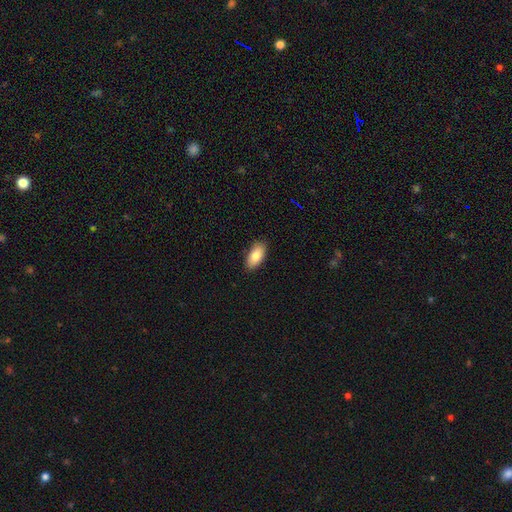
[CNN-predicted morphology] Q: Smooth or featured?
A: smooth (83%); runner-up: featured or disk (10%)
Q: How rounded?
A: in between (92%); runner-up: cigar-shaped (6%)
Q: Merging?
A: none (87%); runner-up: minor disturbance (10%)